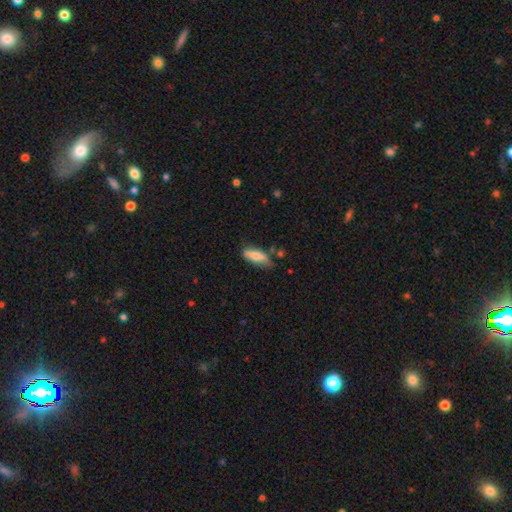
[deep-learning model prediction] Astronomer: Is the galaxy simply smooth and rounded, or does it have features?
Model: smooth — 69%.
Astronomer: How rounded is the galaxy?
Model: in between — 63%.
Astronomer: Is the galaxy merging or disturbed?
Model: none — 62%.